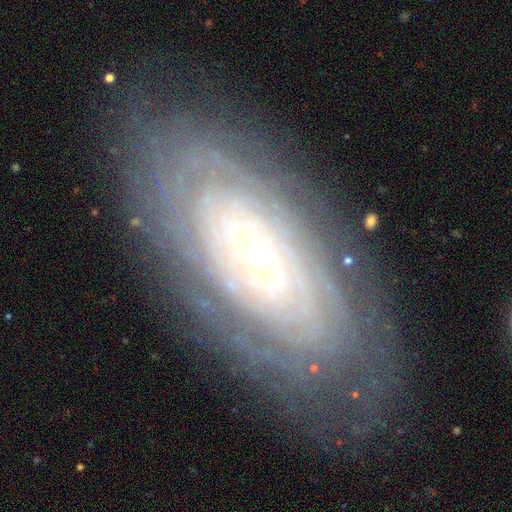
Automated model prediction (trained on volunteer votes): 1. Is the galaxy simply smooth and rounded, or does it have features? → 84% featured or disk, 10% smooth, 6% star or artifact.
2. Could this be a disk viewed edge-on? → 92% no, 8% yes.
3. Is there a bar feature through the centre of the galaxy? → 65% no, 24% weak, 11% strong.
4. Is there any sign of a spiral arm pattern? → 92% yes, 8% no.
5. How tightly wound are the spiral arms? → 86% tight, 11% medium, 3% loose.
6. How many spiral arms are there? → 50% can't tell, 18% more than 4, 11% 4, 8% 2, 7% 3, 5% 1.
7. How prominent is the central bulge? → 75% small, 21% moderate, 2% large, 1% none, 1% dominant.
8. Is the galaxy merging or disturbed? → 79% none, 14% minor disturbance, 5% major disturbance, 2% merger.